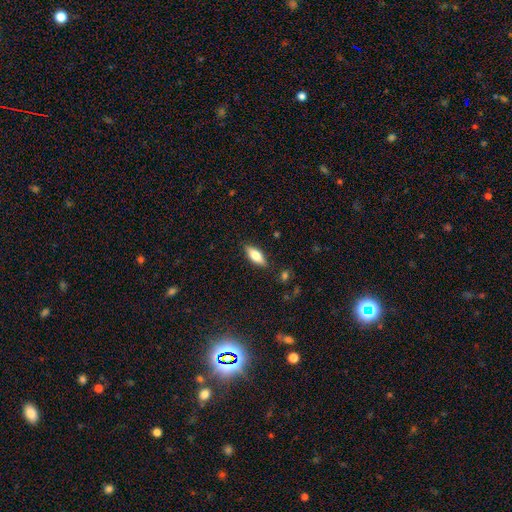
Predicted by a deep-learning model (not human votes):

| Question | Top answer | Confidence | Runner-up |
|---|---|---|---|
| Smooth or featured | smooth | 68% | featured or disk (25%) |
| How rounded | in between | 68% | cigar-shaped (29%) |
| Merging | none | 86% | minor disturbance (10%) |